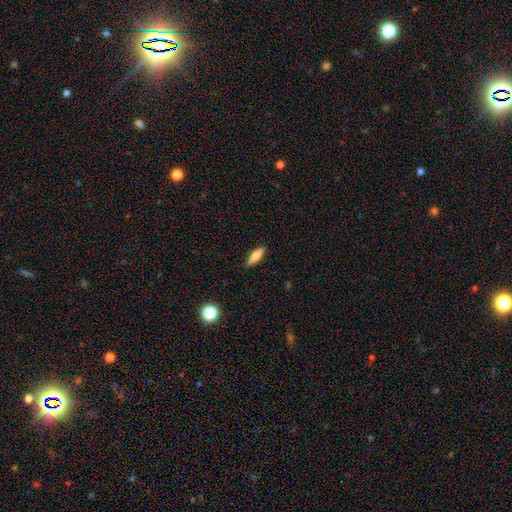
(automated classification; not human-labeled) A smooth galaxy with no disk features (66%) that is cigar-shaped (52%). Merging: none (89%).